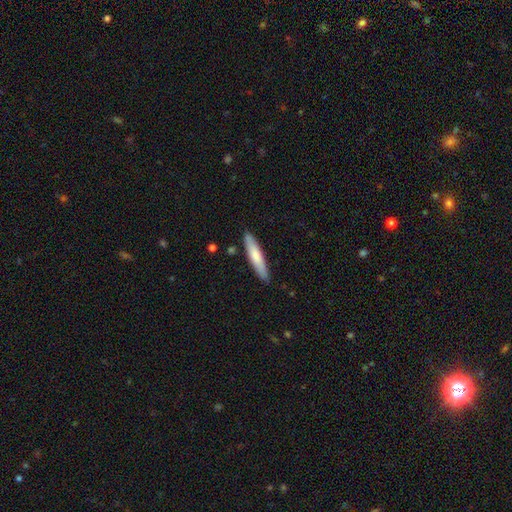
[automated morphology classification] smooth-or-featured: smooth: 70% | featured or disk: 25% | star or artifact: 5%
  how-rounded: cigar-shaped: 88% | in between: 11% | round: 1%
  merging: none: 88% | minor disturbance: 9% | merger: 2% | major disturbance: 2%